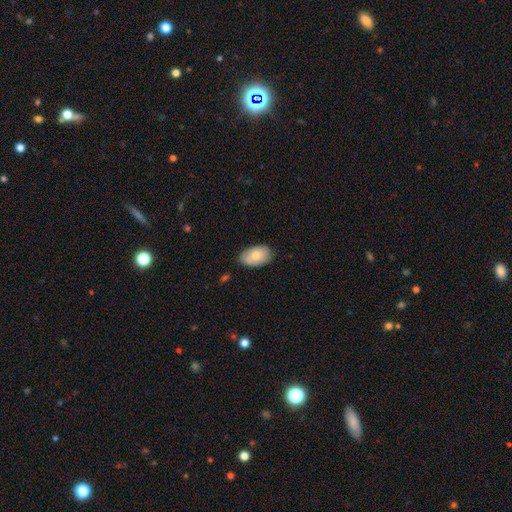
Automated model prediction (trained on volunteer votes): This is likely a smooth galaxy (75%). How rounded: clearly in between (92%). Merging: likely none (79%).